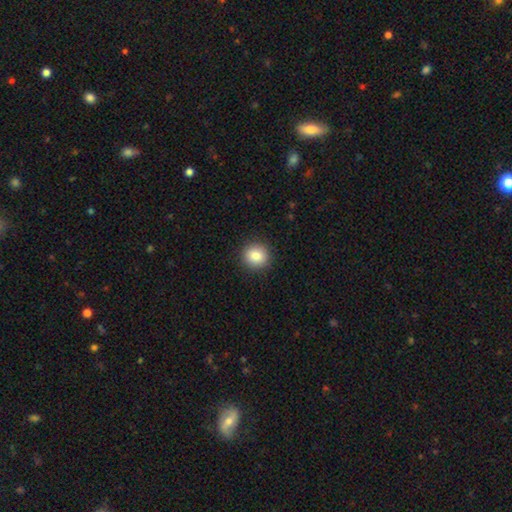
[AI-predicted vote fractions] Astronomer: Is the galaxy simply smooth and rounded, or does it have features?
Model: smooth — 86%.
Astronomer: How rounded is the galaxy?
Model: round — 89%.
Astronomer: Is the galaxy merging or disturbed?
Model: none — 91%.